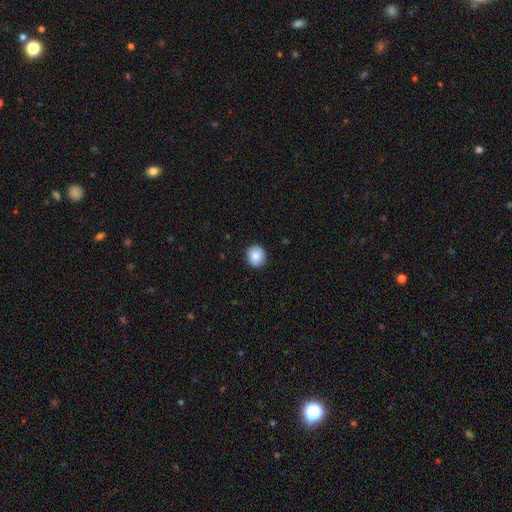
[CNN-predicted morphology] Smooth or featured?
  - smooth: 86% *
  - star or artifact: 8%
  - featured or disk: 7%
How rounded?
  - round: 81% *
  - in between: 18%
  - cigar-shaped: 1%
Merging?
  - none: 91% *
  - minor disturbance: 7%
  - major disturbance: 2%
  - merger: 1%